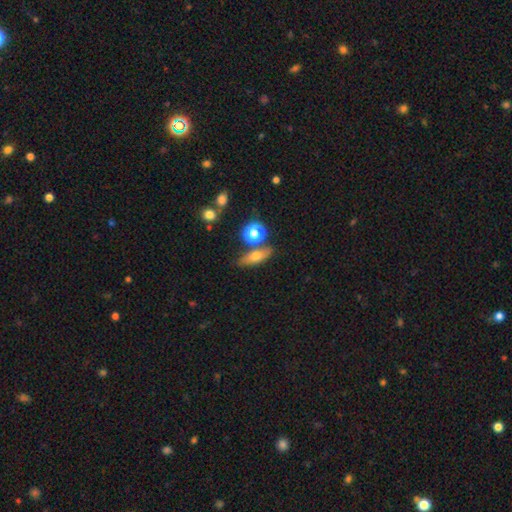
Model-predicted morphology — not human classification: Overall: smooth (62%; featured or disk 26%). How rounded: in between (56%; cigar-shaped 32%). Merging: none (75%).